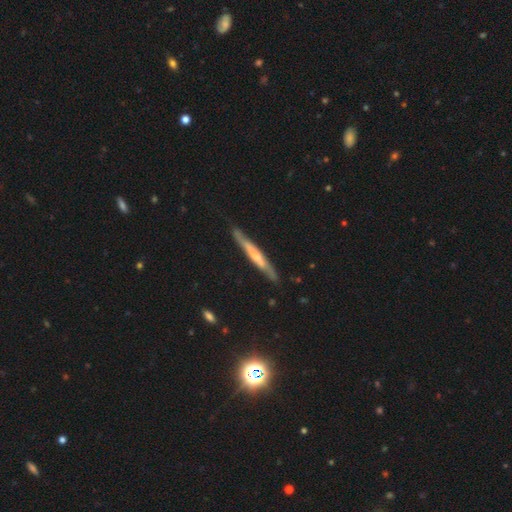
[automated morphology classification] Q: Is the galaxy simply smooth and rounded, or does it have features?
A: featured or disk — 58%.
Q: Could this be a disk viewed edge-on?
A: yes — 91%.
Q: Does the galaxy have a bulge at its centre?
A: none — 45%.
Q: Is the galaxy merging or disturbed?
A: none — 83%.